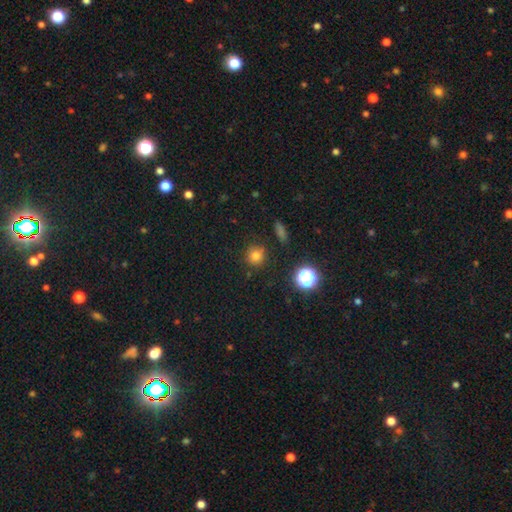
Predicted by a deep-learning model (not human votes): smooth_or_featured: smooth (p=0.77) [alt: star or artifact p=0.17]
how_rounded: round (p=0.91) [alt: in between p=0.08]
merging: none (p=0.87) [alt: minor disturbance p=0.08]